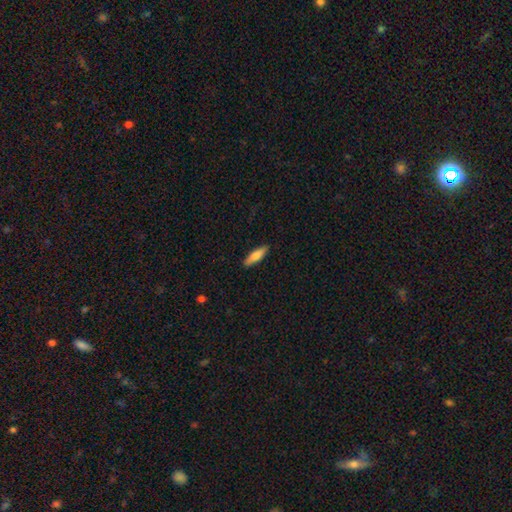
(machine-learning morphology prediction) This appears to be a smooth galaxy with no disk features (74%) that is cigar-shaped (64%). Merging: none (89%).